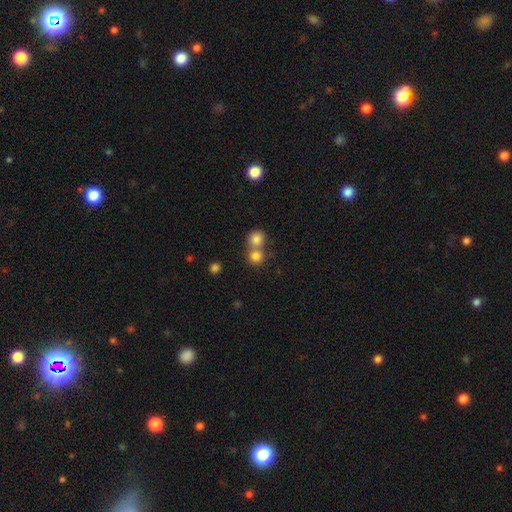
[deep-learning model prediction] This appears to be a smooth galaxy with no disk features (81%) that is round (87%). Merging: merger (47%).